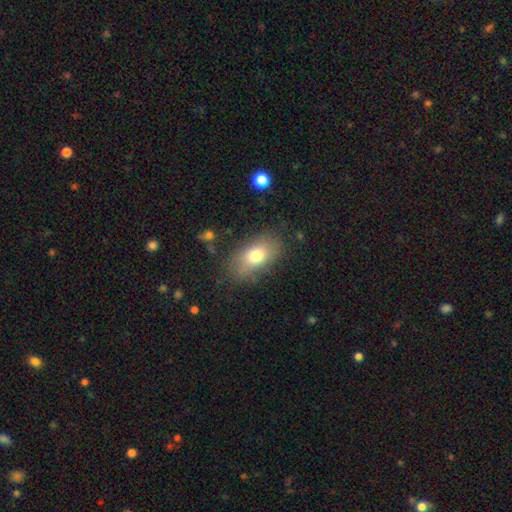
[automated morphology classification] Overall: smooth (75%). How rounded: in between (88%). Merging: none (77%).